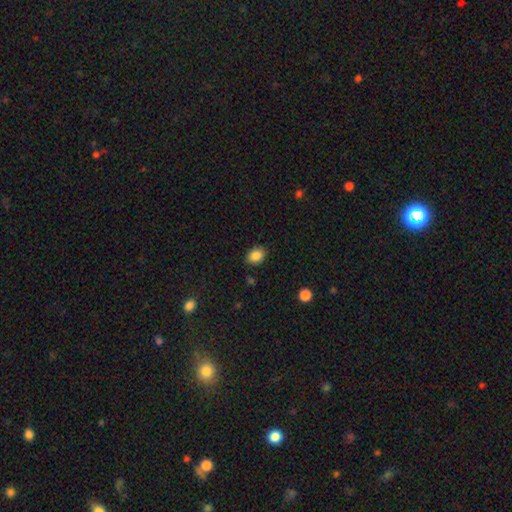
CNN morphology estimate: smooth-or-featured: smooth: 87% | star or artifact: 9% | featured or disk: 4%
  how-rounded: in between: 70% | round: 29% | cigar-shaped: 1%
  merging: none: 85% | minor disturbance: 11% | major disturbance: 3% | merger: 1%